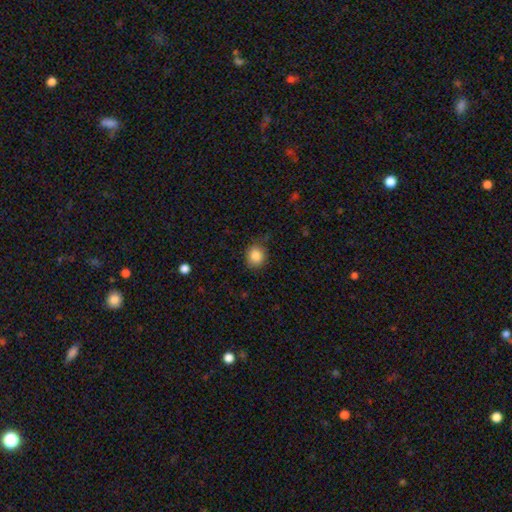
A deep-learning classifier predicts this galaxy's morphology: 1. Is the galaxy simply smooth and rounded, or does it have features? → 86% smooth, 9% star or artifact, 5% featured or disk.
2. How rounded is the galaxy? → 81% round, 19% in between, 1% cigar-shaped.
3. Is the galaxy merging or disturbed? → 81% none, 14% minor disturbance, 3% major disturbance, 1% merger.